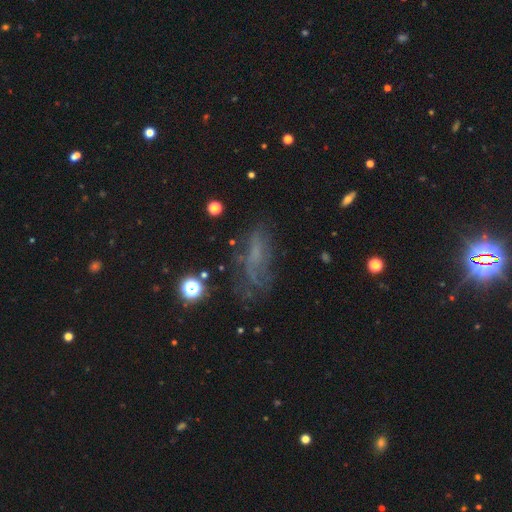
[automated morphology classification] Smooth or featured?
  - featured or disk: 40% *
  - smooth: 35%
  - star or artifact: 25%
Merging?
  - none: 52% *
  - minor disturbance: 23%
  - major disturbance: 22%
  - merger: 4%